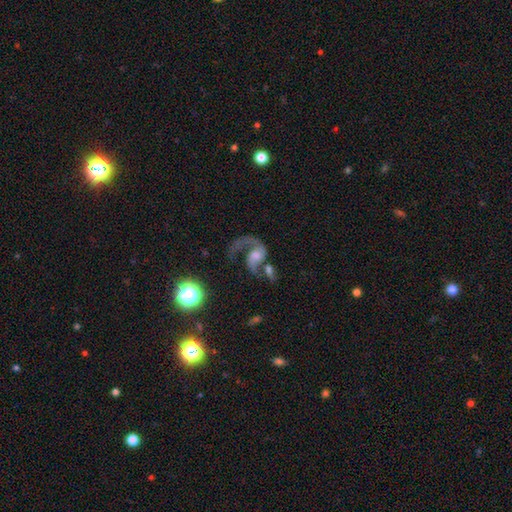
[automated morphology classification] Smooth or featured?
  - featured or disk: 76% *
  - smooth: 15%
  - star or artifact: 9%
Edge-on disk?
  - no: 98% *
  - yes: 2%
Bar?
  - no: 60% *
  - weak: 32%
  - strong: 8%
Spiral arms?
  - yes: 90% *
  - no: 10%
Spiral winding?
  - loose: 64% *
  - medium: 29%
  - tight: 7%
Spiral arm count?
  - 2: 50% *
  - 1: 44%
  - can't tell: 3%
  - 3: 1%
  - 4: 1%
  - more than 4: 1%
Bulge size?
  - moderate: 44% *
  - small: 26%
  - large: 15%
  - none: 12%
  - dominant: 3%
Merging?
  - major disturbance: 35% *
  - merger: 29%
  - none: 25%
  - minor disturbance: 11%